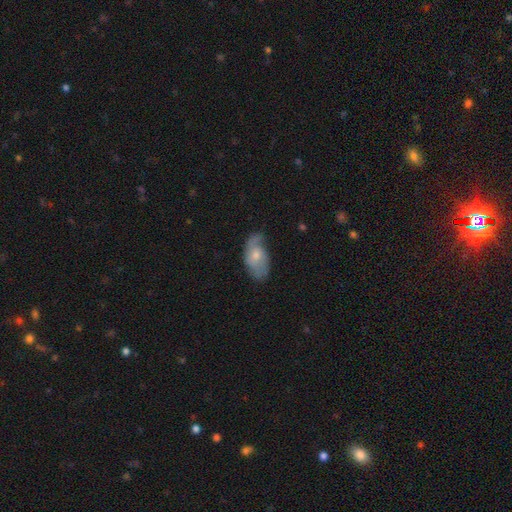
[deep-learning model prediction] A featured or disk galaxy (51%).

Vote fractions:
- Smooth or featured? featured or disk: 51% / smooth: 43% / star or artifact: 7%
- Edge-on disk? no: 93% / yes: 7%
- Merging? none: 49% / minor disturbance: 33% / major disturbance: 16% / merger: 2%